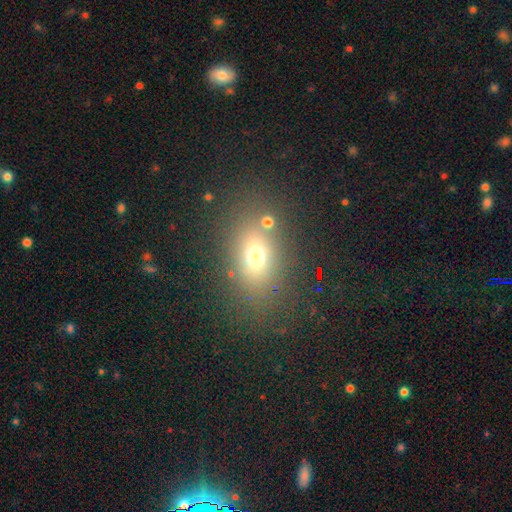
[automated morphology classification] type=smooth (67%); roundness=in between (71%); merging=none (73%).